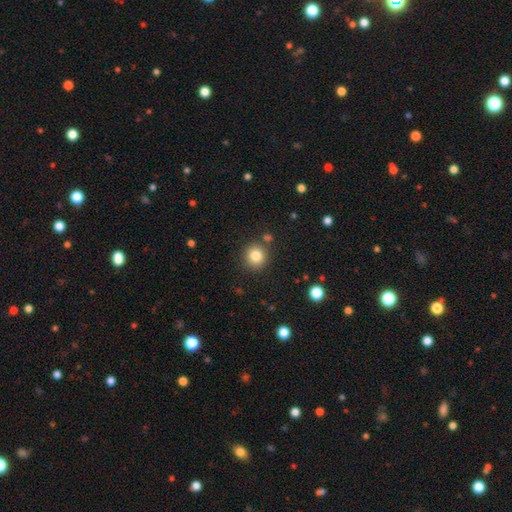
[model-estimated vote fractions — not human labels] Smooth or featured? Predicted: smooth (p=0.82). How rounded? Predicted: round (p=0.91). Merging? Predicted: none (p=0.85).